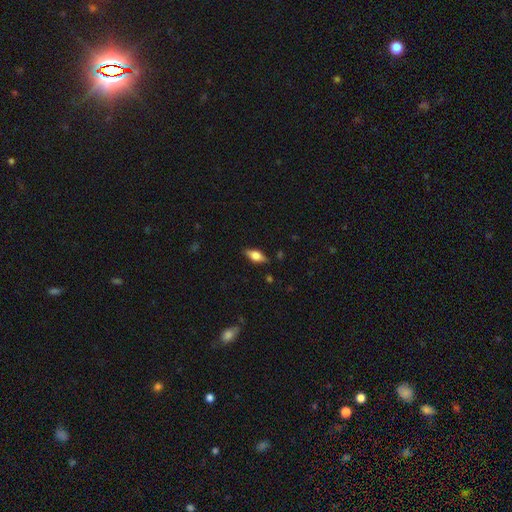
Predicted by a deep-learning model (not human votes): A smooth galaxy with no disk features (59%) that is in between round and cigar-shaped (77%).

Vote fractions:
- Smooth or featured? smooth: 59% / featured or disk: 34% / star or artifact: 7%
- How rounded? in between: 77% / cigar-shaped: 19% / round: 4%
- Merging? none: 84% / minor disturbance: 12% / major disturbance: 2% / merger: 1%